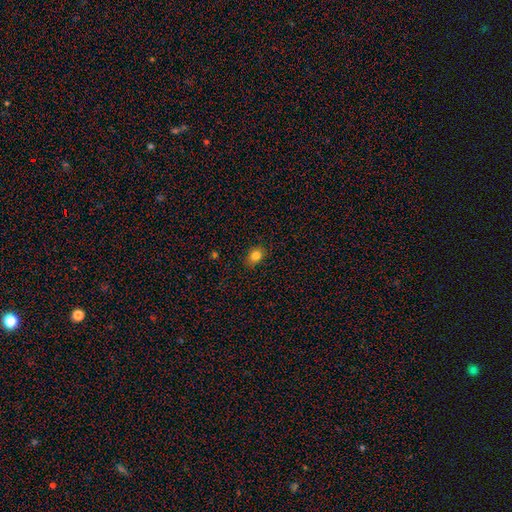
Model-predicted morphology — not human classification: type=smooth (82%); roundness=in between (59%); merging=none (87%).